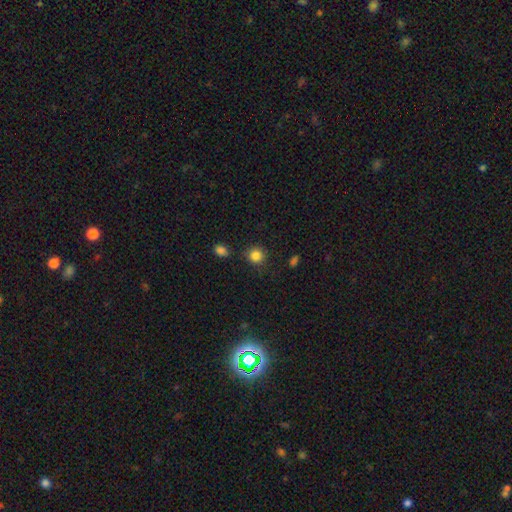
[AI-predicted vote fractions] A smooth galaxy with no disk features (84%) that is round (89%).

Vote fractions:
- Smooth or featured? smooth: 84% / star or artifact: 11% / featured or disk: 5%
- How rounded? round: 89% / in between: 10% / cigar-shaped: 1%
- Merging? none: 82% / minor disturbance: 11% / merger: 4% / major disturbance: 3%